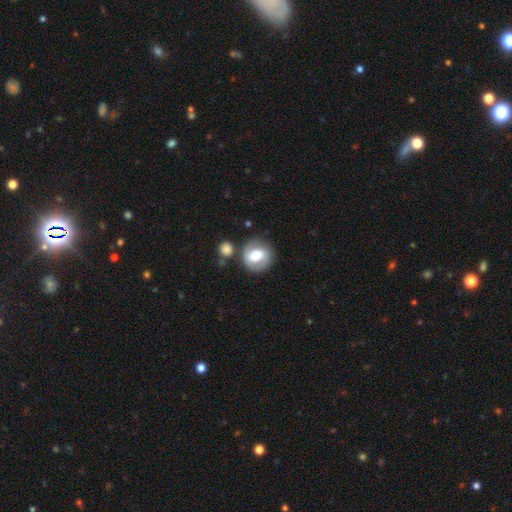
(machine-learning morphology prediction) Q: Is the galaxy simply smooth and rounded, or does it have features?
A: smooth — 53%.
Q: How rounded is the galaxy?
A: round — 84%.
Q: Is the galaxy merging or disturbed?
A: none — 71%.